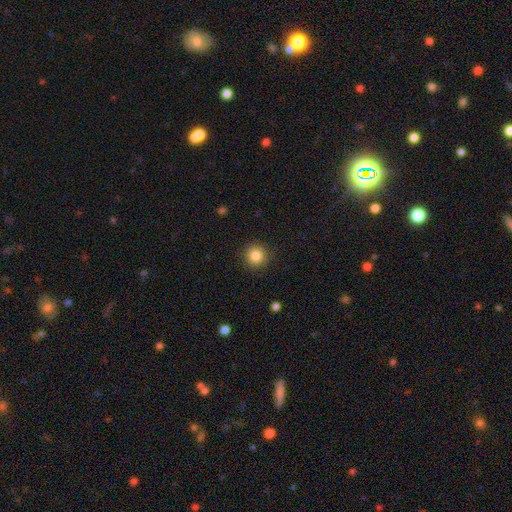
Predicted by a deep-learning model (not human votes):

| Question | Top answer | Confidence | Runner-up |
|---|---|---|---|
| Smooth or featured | smooth | 84% | star or artifact (10%) |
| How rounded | round | 95% | in between (5%) |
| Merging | none | 91% | minor disturbance (6%) |